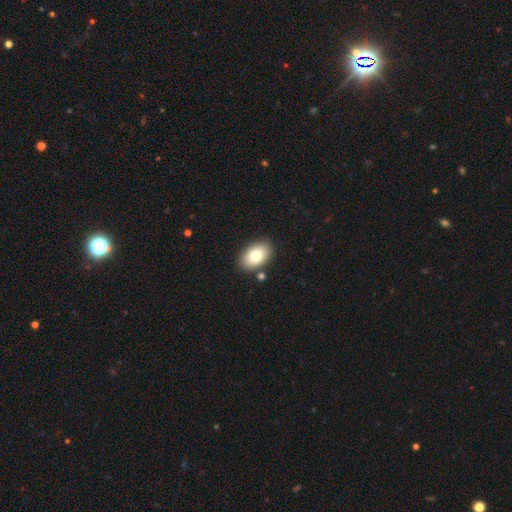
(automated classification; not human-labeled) This appears to be a smooth galaxy with no disk features (80%) that is in between round and cigar-shaped (91%). Merging: none (84%).